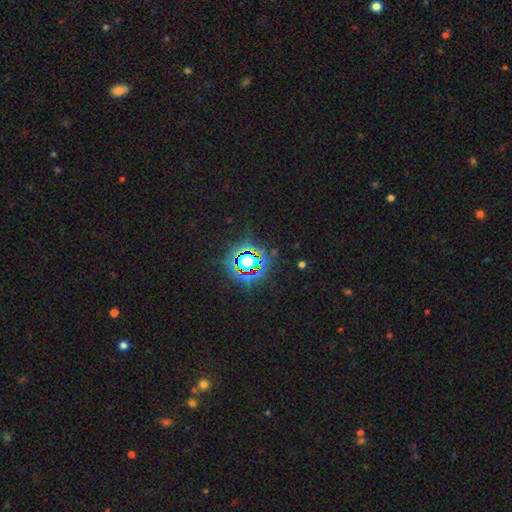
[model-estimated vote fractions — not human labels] Overall: star or artifact (75%).